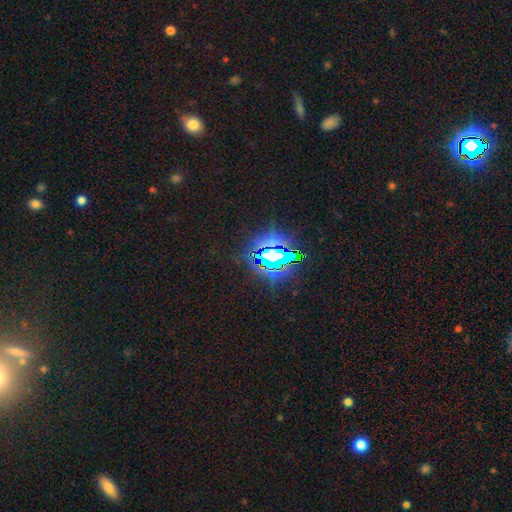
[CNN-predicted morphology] The model was most divided on "smooth or featured": star or artifact: 81%, smooth: 11%, featured or disk: 7%.